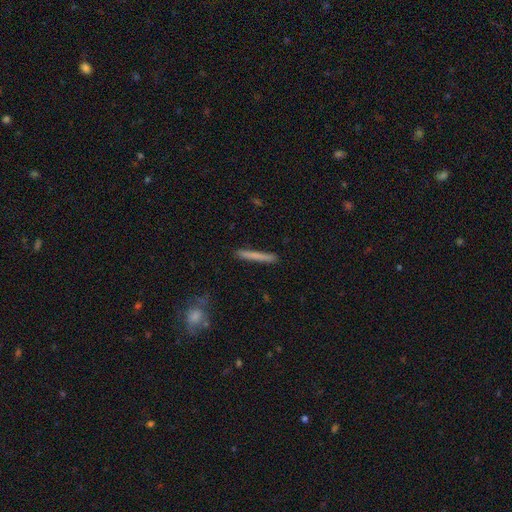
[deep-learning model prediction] This appears to be a smooth galaxy with no disk features (71%) that is cigar-shaped (96%). Merging: none (88%).